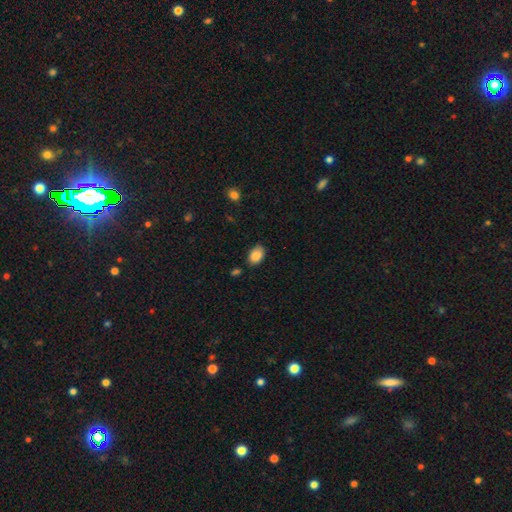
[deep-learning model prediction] Morphology: type=smooth (86%); roundness=in between (86%); merging=none (74%).